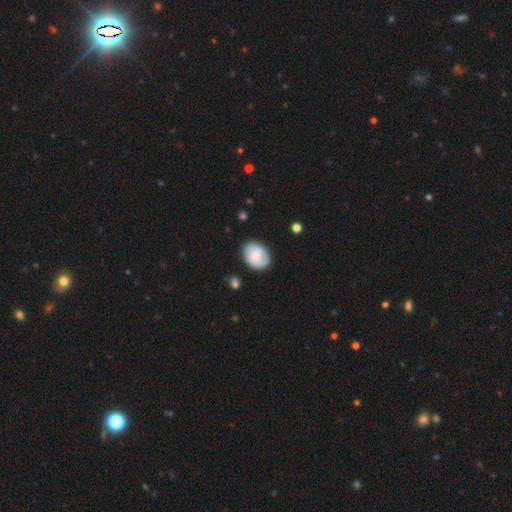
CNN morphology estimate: The model was most divided on "how rounded": in between: 60%, round: 39%, cigar-shaped: 1%. More confident: merging — none (79%); smooth or featured — smooth (60%).